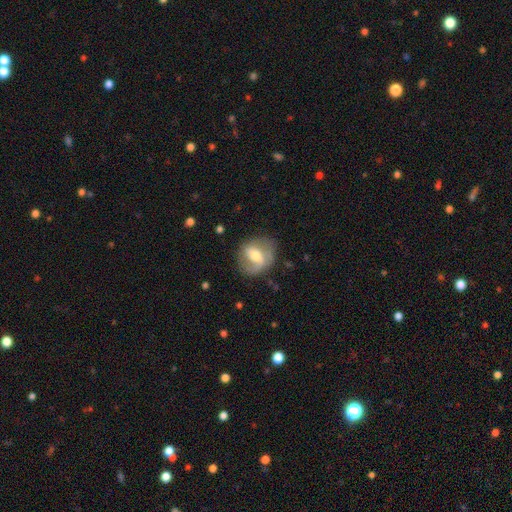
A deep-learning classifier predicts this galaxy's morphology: Smooth or featured?
  - featured or disk: 63% *
  - smooth: 30%
  - star or artifact: 6%
Edge-on disk?
  - no: 96% *
  - yes: 4%
Bar?
  - weak: 48% *
  - no: 28%
  - strong: 24%
Spiral arms?
  - yes: 80% *
  - no: 20%
Bulge size?
  - moderate: 64% *
  - small: 26%
  - large: 8%
  - none: 2%
  - dominant: 1%
Merging?
  - none: 68% *
  - minor disturbance: 20%
  - major disturbance: 10%
  - merger: 2%